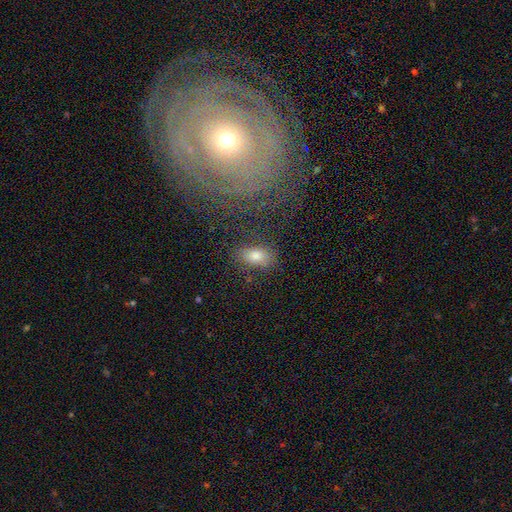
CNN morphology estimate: Q: Smooth or featured?
A: smooth (71%); runner-up: featured or disk (16%)
Q: How rounded?
A: in between (86%); runner-up: round (10%)
Q: Merging?
A: none (78%); runner-up: minor disturbance (14%)